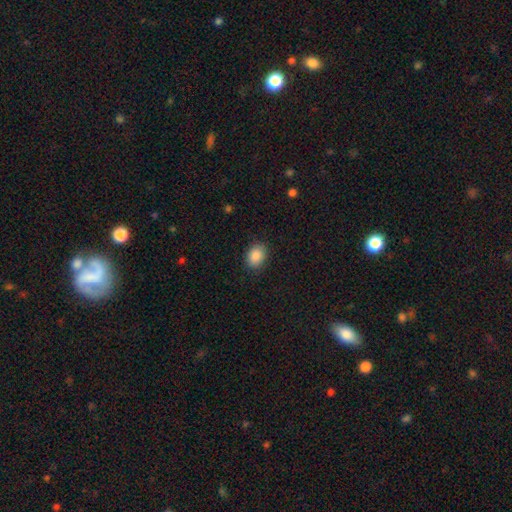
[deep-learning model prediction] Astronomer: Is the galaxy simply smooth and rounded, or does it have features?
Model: smooth — 88%.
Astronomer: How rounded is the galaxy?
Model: in between — 65%.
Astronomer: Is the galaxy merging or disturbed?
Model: none — 86%.